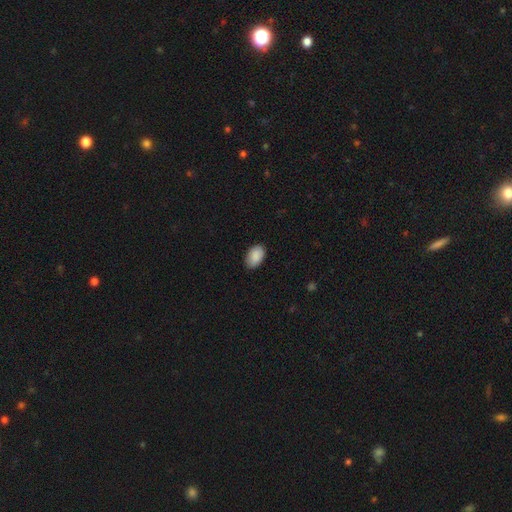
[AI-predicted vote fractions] Morphology: type=smooth (90%); roundness=in between (91%); merging=none (86%).